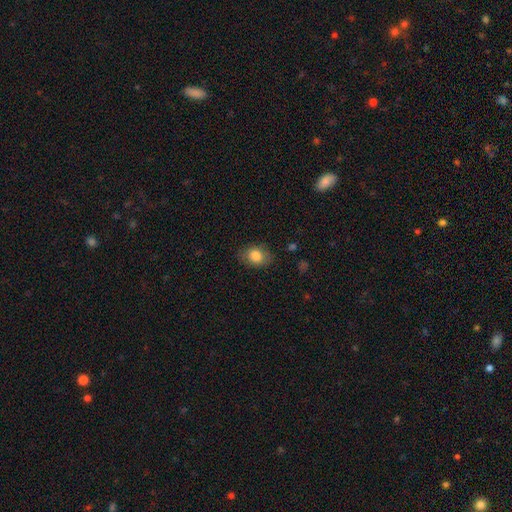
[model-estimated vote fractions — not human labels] This appears to be a smooth galaxy with no disk features (83%) that is in between round and cigar-shaped (63%). Merging: none (79%).